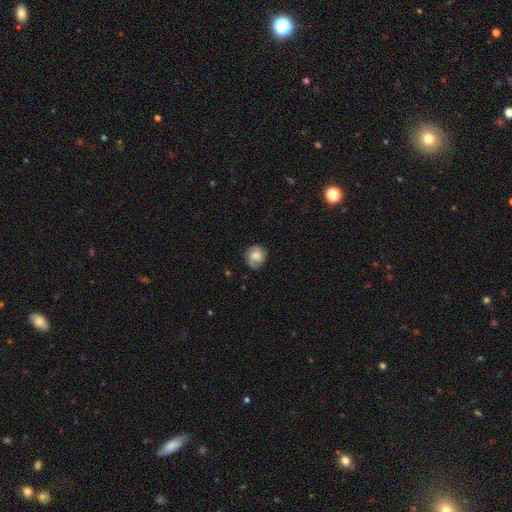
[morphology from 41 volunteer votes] smooth_or_featured: smooth (p=0.61) [alt: featured or disk p=0.32]
how_rounded: round (p=0.80) [alt: in between p=0.20]
merging: none (p=0.68) [alt: minor disturbance p=0.21]